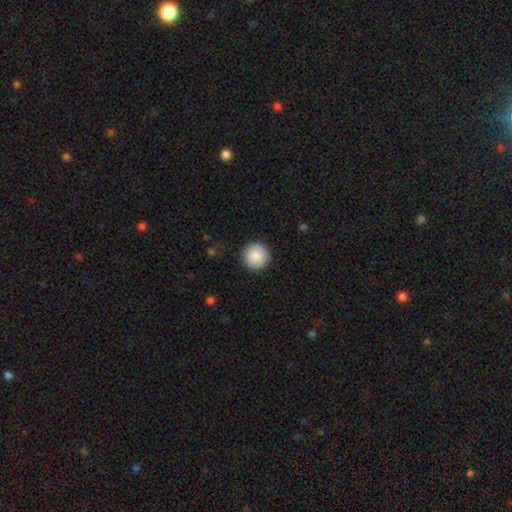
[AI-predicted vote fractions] The model was most divided on "smooth or featured": smooth: 89%, star or artifact: 7%, featured or disk: 4%. More confident: how rounded — round (96%); merging — none (92%).